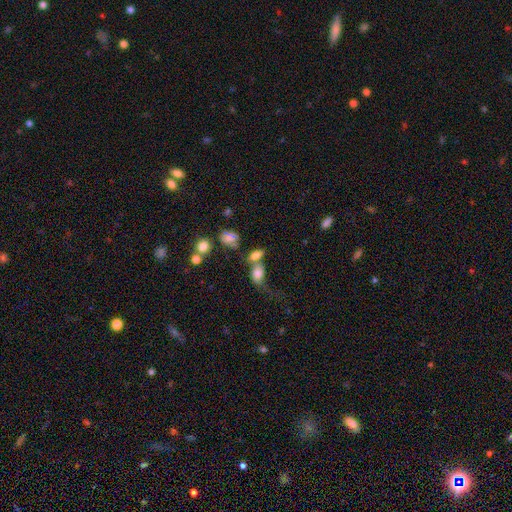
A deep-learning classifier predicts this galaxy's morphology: This is likely a smooth galaxy (71%). How rounded: likely in between (77%). Merging: marginally merger (45%).